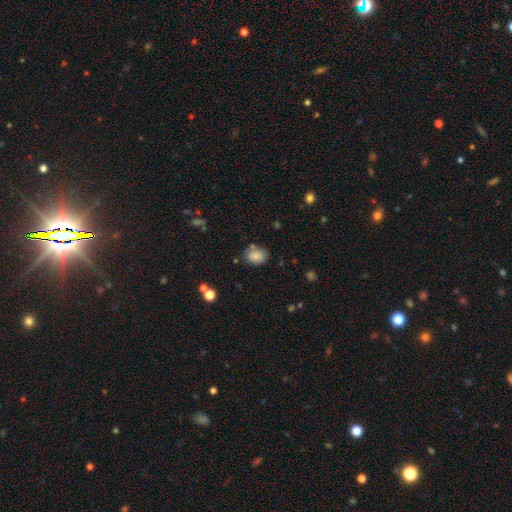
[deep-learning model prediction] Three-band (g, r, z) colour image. It shows a smooth galaxy with no disk features (85%) that is in between round and cigar-shaped (58%). Merging: none (75%).